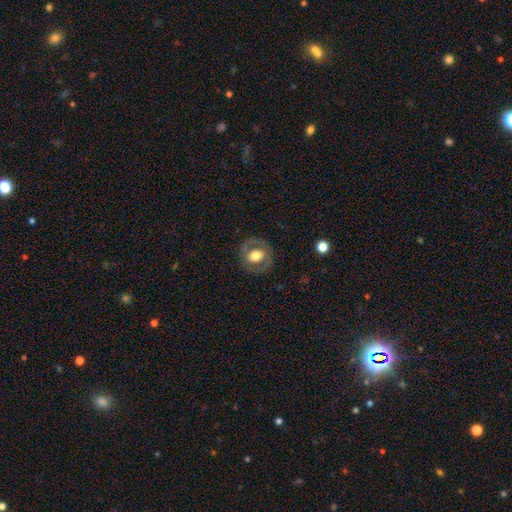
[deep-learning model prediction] smooth 49%, featured or disk 44%, star or artifact 7%. Down the decision tree: merging — none (80%).